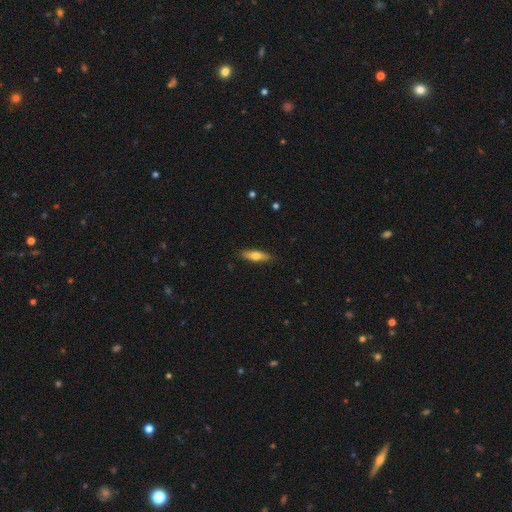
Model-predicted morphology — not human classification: type=smooth (63%); roundness=cigar-shaped (58%); merging=none (87%).